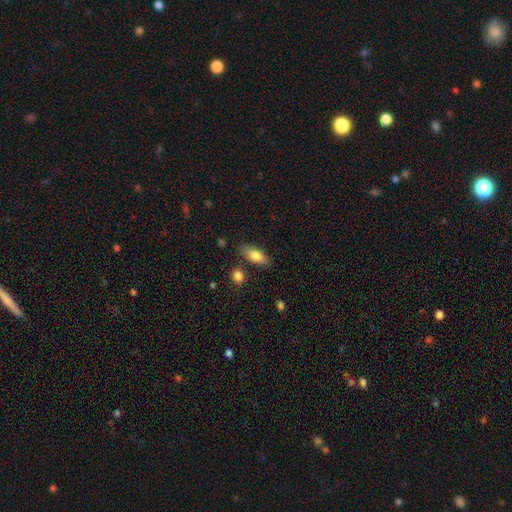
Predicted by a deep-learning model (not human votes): Smooth or featured?
  - smooth: 78% *
  - featured or disk: 15%
  - star or artifact: 7%
How rounded?
  - in between: 81% *
  - cigar-shaped: 16%
  - round: 3%
Merging?
  - none: 80% *
  - minor disturbance: 13%
  - merger: 4%
  - major disturbance: 3%